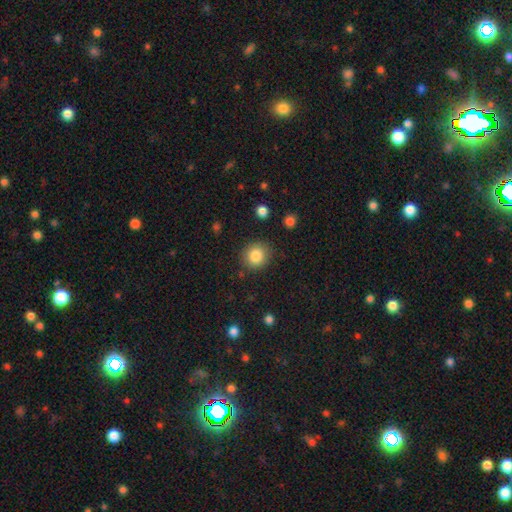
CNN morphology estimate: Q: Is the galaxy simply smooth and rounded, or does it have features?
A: smooth — 84%.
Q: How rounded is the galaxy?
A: round — 87%.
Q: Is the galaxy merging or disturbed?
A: none — 87%.